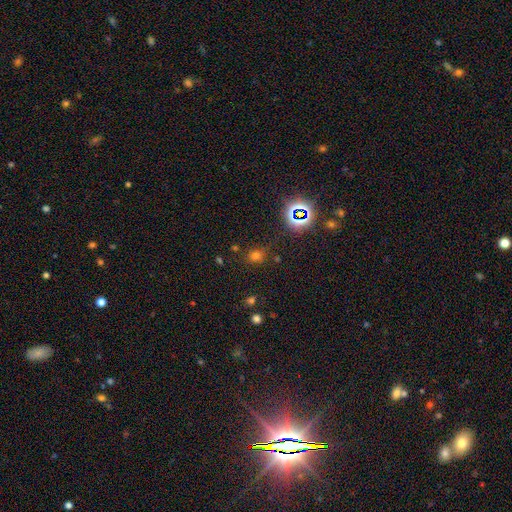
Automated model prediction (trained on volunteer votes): Q: Smooth or featured?
A: smooth (62%); runner-up: star or artifact (31%)
Q: How rounded?
A: round (71%); runner-up: in between (28%)
Q: Merging?
A: none (78%); runner-up: minor disturbance (13%)